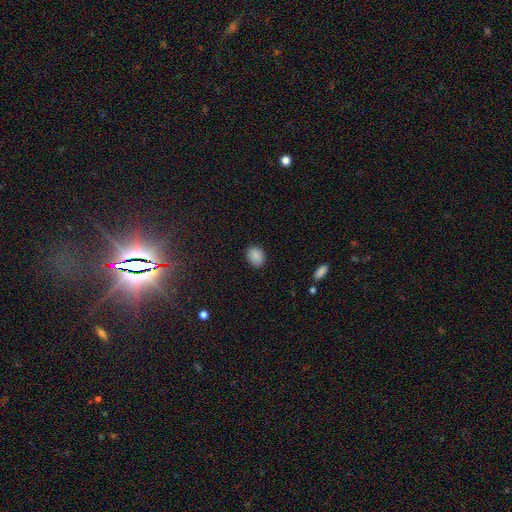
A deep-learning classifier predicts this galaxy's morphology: Overall: smooth (87%). How rounded: in between (61%; round 38%). Merging: none (83%).